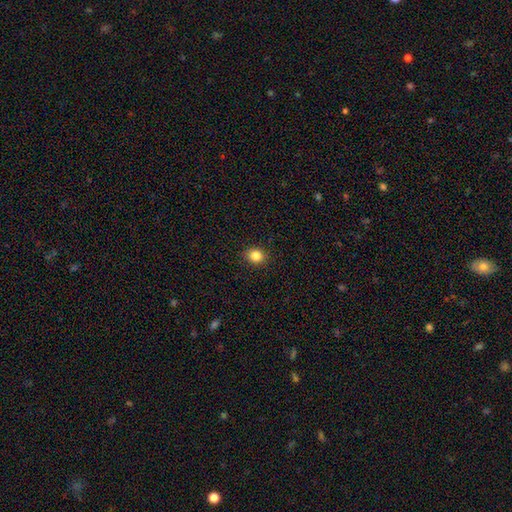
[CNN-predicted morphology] A smooth galaxy with no disk features (84%) that is round (66%).

Vote fractions:
- Smooth or featured? smooth: 84% / star or artifact: 11% / featured or disk: 5%
- How rounded? round: 66% / in between: 33% / cigar-shaped: 1%
- Merging? none: 90% / minor disturbance: 7% / major disturbance: 2% / merger: 1%